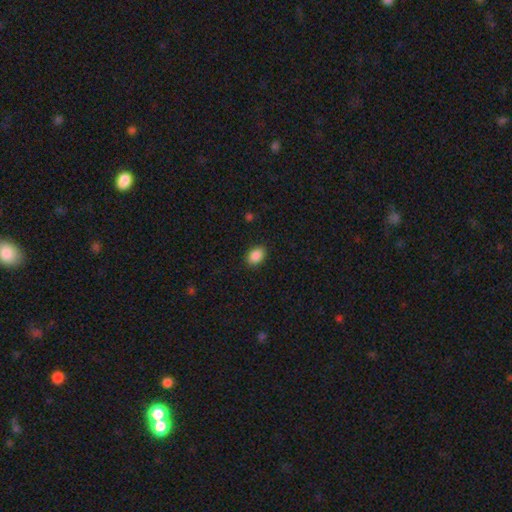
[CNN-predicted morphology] Overall: smooth (89%). How rounded: in between (80%). Merging: none (88%).